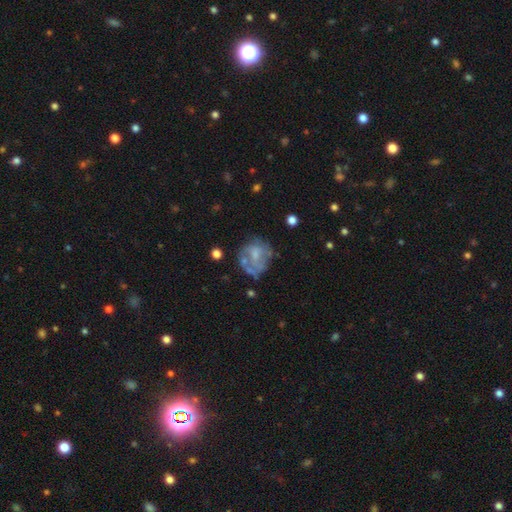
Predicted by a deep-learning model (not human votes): smooth_or_featured: featured or disk (p=0.52) [alt: smooth p=0.38]
disk_edge_on: no (p=0.98) [alt: yes p=0.02]
bar: no (p=0.74) [alt: weak p=0.21]
has_spiral_arms: no (p=0.68) [alt: yes p=0.32]
bulge_size: small (p=0.39) [alt: moderate p=0.30]
merging: none (p=0.50) [alt: minor disturbance p=0.24]